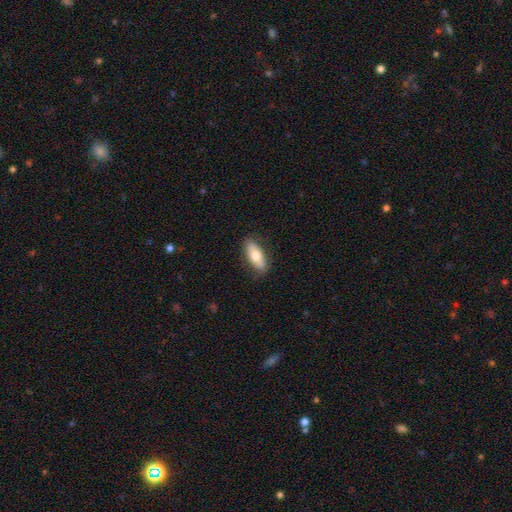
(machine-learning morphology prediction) This is likely a smooth galaxy (69%). How rounded: clearly in between (81%). Merging: clearly none (84%).